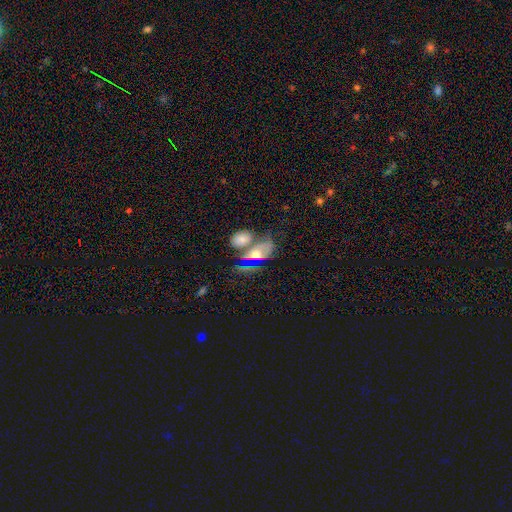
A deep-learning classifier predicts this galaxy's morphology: This is possibly a smooth galaxy (54%). How rounded: likely in between (80%). Merging: marginally merger (42%).